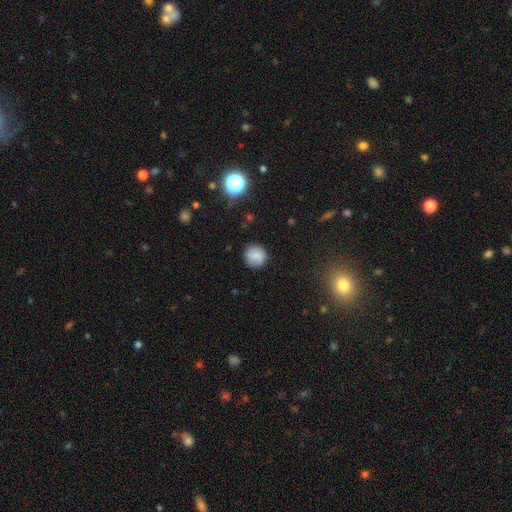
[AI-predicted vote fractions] smooth-or-featured: smooth: 79% | star or artifact: 11% | featured or disk: 10%
  how-rounded: round: 92% | in between: 7% | cigar-shaped: 1%
  merging: none: 86% | minor disturbance: 10% | major disturbance: 3% | merger: 1%